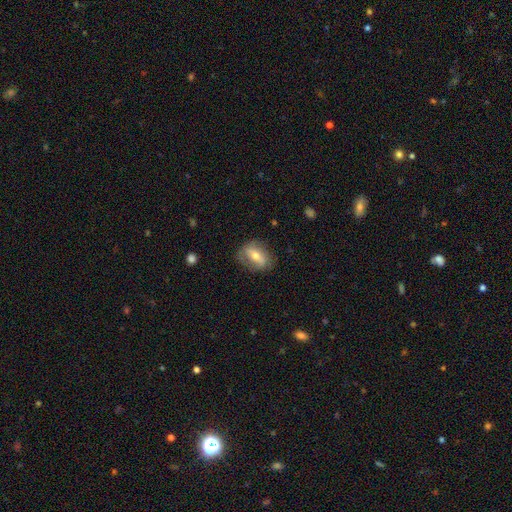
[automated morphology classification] Q: Smooth or featured?
A: smooth (48%); runner-up: featured or disk (44%)
Q: Merging?
A: none (73%); runner-up: minor disturbance (19%)